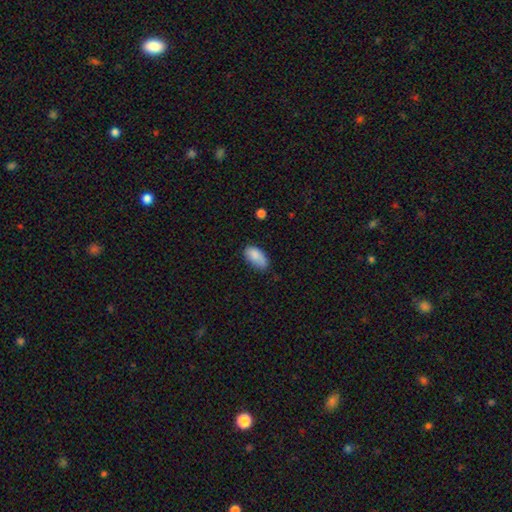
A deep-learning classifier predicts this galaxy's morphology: smooth 84%, featured or disk 8%, star or artifact 7%. Down the decision tree: how rounded — in between (92%); merging — none (57%).